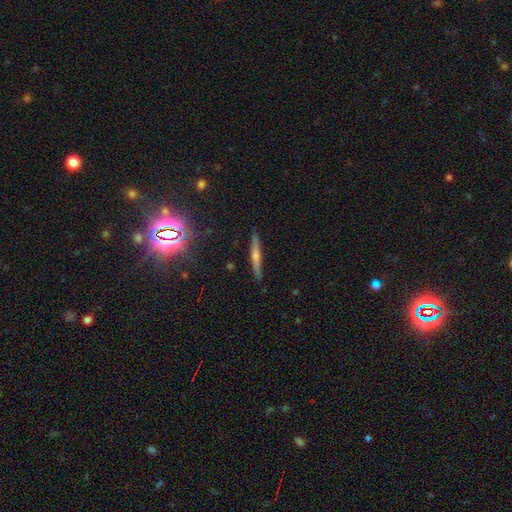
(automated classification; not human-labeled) smooth_or_featured: featured or disk (p=0.58) [alt: smooth p=0.30]
disk_edge_on: yes (p=0.97) [alt: no p=0.03]
edge_on_bulge: rounded (p=0.76) [alt: none p=0.17]
merging: none (p=0.90) [alt: minor disturbance p=0.08]